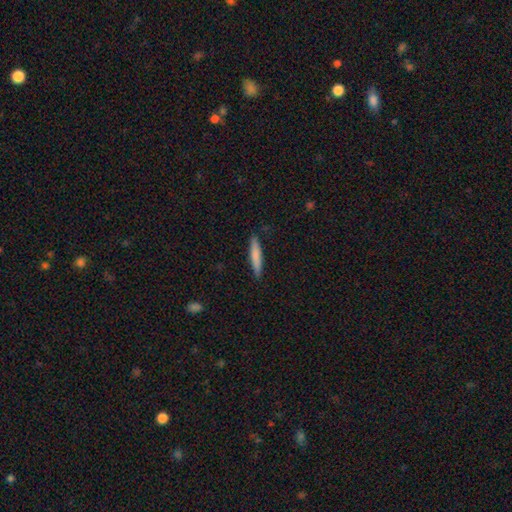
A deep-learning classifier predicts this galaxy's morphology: The model was most divided on "smooth or featured": smooth: 76%, featured or disk: 18%, star or artifact: 6%. More confident: how rounded — cigar-shaped (91%); merging — none (88%).